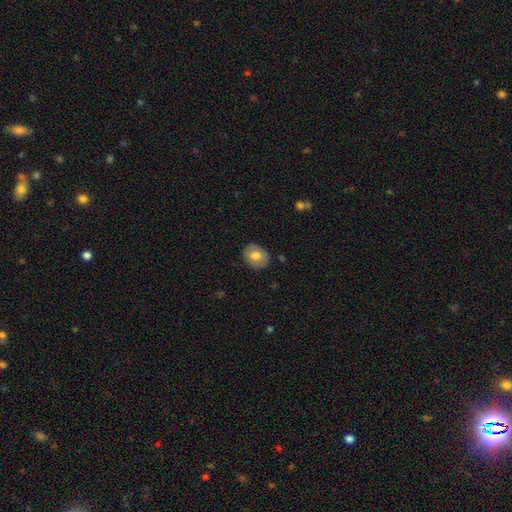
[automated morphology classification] Smooth or featured?
  - smooth: 67% *
  - featured or disk: 26%
  - star or artifact: 7%
How rounded?
  - round: 51% *
  - in between: 48%
  - cigar-shaped: 1%
Merging?
  - none: 84% *
  - minor disturbance: 12%
  - major disturbance: 3%
  - merger: 1%